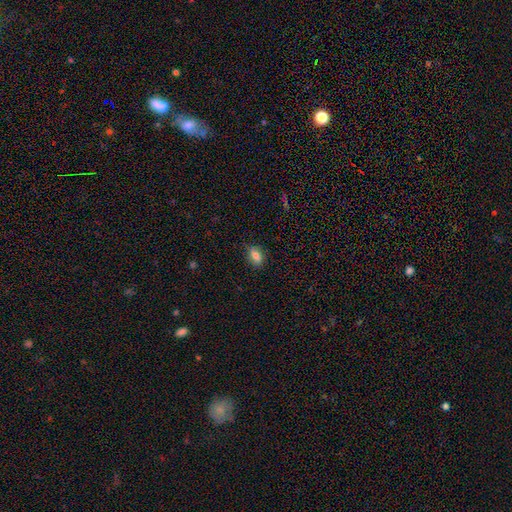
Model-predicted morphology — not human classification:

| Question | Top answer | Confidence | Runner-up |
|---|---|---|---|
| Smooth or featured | smooth | 79% | featured or disk (11%) |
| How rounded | in between | 81% | round (12%) |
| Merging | none | 76% | minor disturbance (19%) |